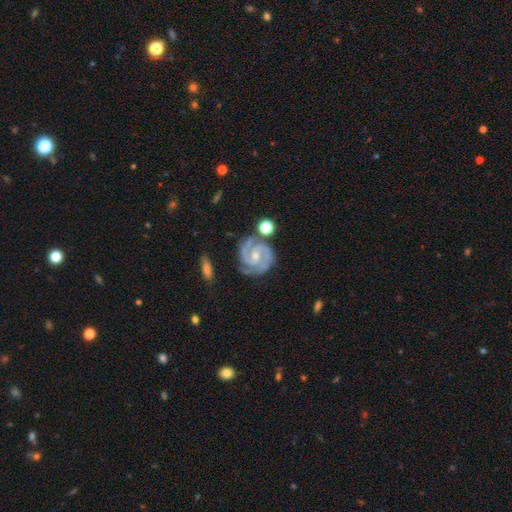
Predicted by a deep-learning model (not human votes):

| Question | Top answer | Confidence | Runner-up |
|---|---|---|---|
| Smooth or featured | featured or disk | 92% | star or artifact (4%) |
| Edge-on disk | no | 98% | yes (2%) |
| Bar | no | 53% | weak (37%) |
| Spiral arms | yes | 98% | no (2%) |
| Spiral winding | tight | 59% | medium (37%) |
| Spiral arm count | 2 | 57% | 3 (30%) |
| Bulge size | small | 54% | moderate (42%) |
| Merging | none | 71% | minor disturbance (19%) |